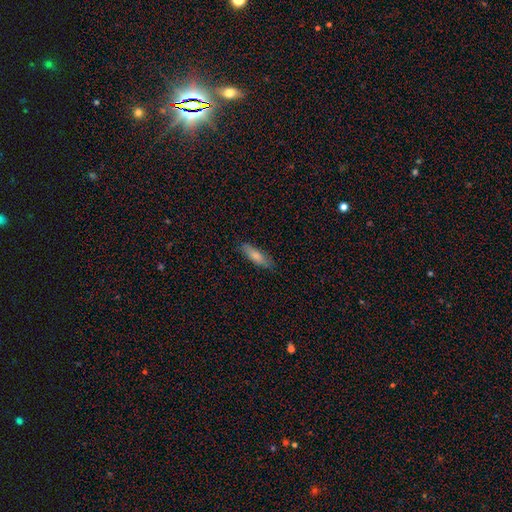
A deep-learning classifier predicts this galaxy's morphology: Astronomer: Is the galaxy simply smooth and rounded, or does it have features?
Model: smooth — 78%.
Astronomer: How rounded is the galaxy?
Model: cigar-shaped — 54% (runner-up: in between, 44%).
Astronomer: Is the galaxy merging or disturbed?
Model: none — 82%.